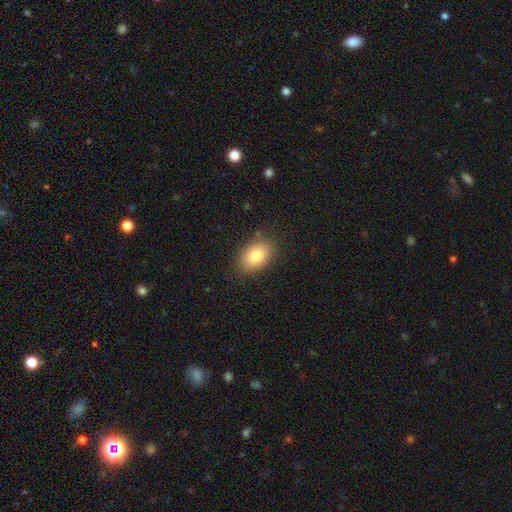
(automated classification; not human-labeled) A smooth galaxy with no disk features (81%) that is in between round and cigar-shaped (84%). Merging: none (85%).